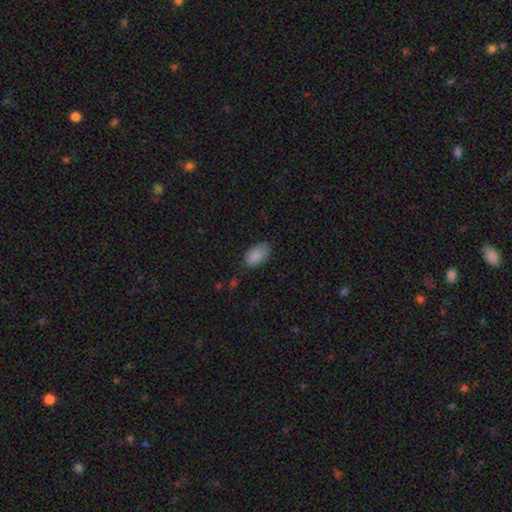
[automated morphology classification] Overall: smooth (87%). How rounded: in between (93%). Merging: none (74%).